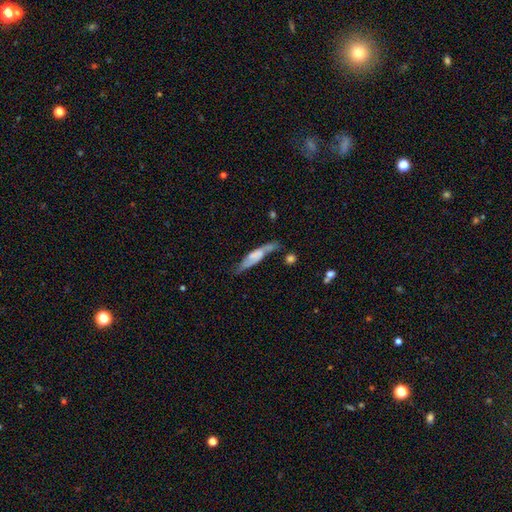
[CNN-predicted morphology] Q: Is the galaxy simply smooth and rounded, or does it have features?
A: featured or disk — 48%.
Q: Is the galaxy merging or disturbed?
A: none — 45%.